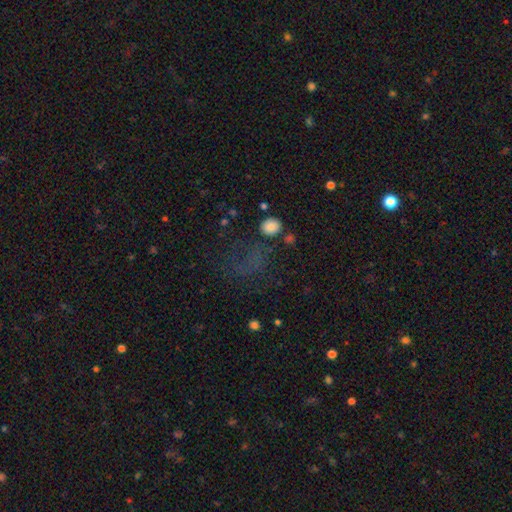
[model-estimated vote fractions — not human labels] Smooth or featured?
  - star or artifact: 44% *
  - smooth: 37%
  - featured or disk: 19%